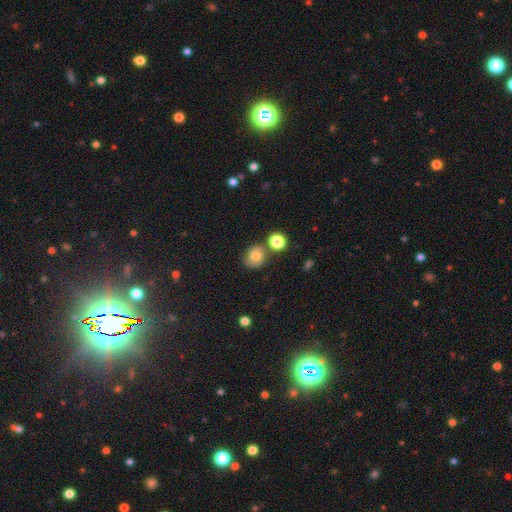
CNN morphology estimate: A smooth galaxy with no disk features (77%) that is round (76%). Merging: none (65%).